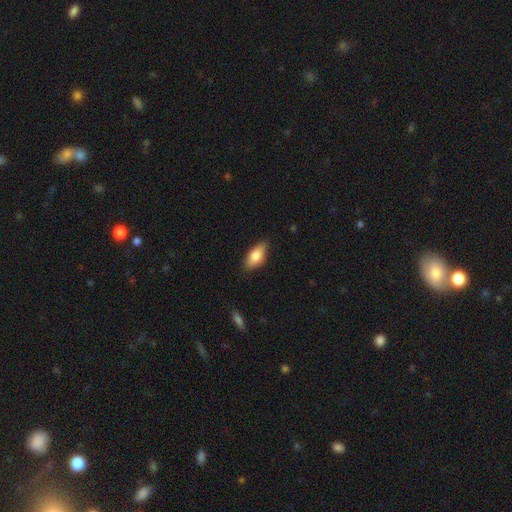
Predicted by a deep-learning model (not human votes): Smooth or featured? Predicted: smooth (p=0.78). How rounded? Predicted: in between (p=0.86). Merging? Predicted: none (p=0.81).